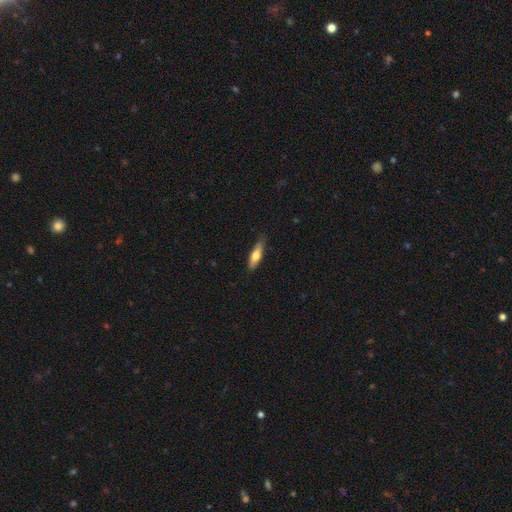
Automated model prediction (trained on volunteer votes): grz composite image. It shows a smooth galaxy with no disk features (65%) that is cigar-shaped (63%). Merging: none (76%).